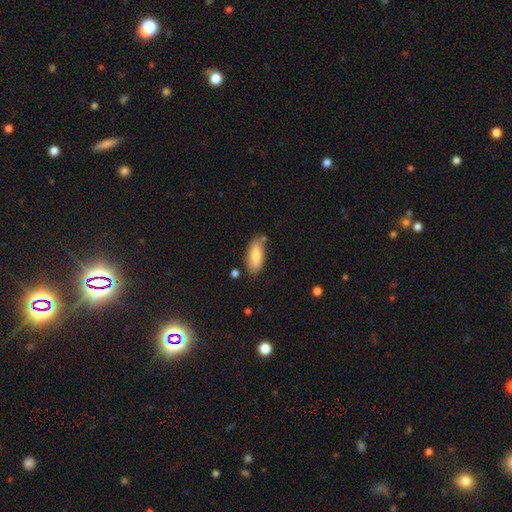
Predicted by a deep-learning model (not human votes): A smooth galaxy with no disk features (78%) that is in between round and cigar-shaped (81%). Merging: none (72%).